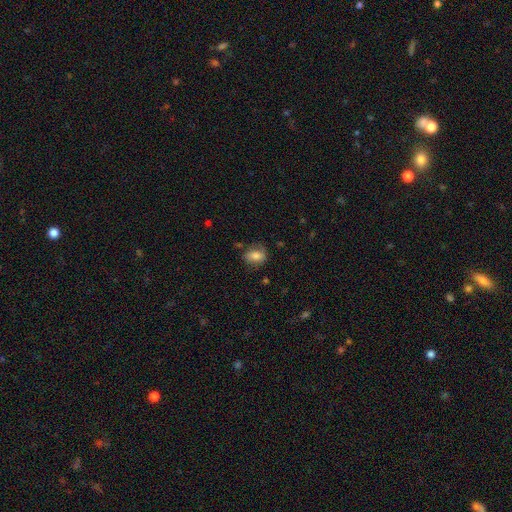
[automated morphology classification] Q: Smooth or featured?
A: smooth (73%); runner-up: featured or disk (18%)
Q: How rounded?
A: in between (69%); runner-up: round (29%)
Q: Merging?
A: none (65%); runner-up: minor disturbance (23%)